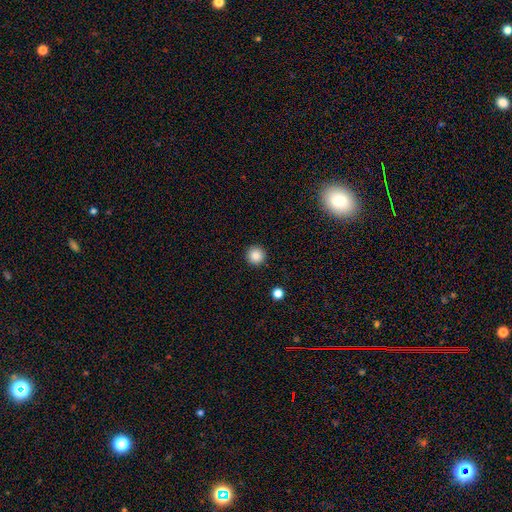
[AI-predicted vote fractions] Morphology: type=smooth (87%); roundness=round (96%); merging=none (93%).